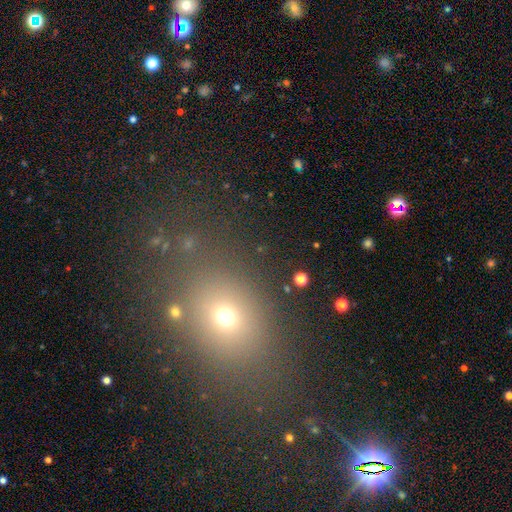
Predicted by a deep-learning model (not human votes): smooth-or-featured: smooth: 56% | star or artifact: 33% | featured or disk: 12%
  how-rounded: in between: 53% | round: 45% | cigar-shaped: 2%
  merging: none: 80% | minor disturbance: 10% | major disturbance: 6% | merger: 4%